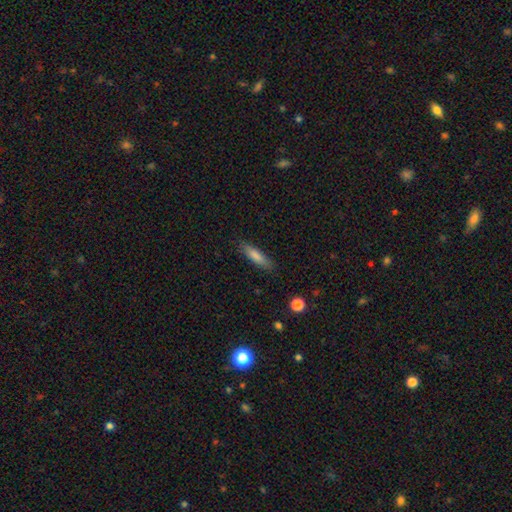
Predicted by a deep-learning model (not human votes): smooth 81%, featured or disk 13%, star or artifact 7%. Down the decision tree: how rounded — cigar-shaped (72%); merging — none (85%).